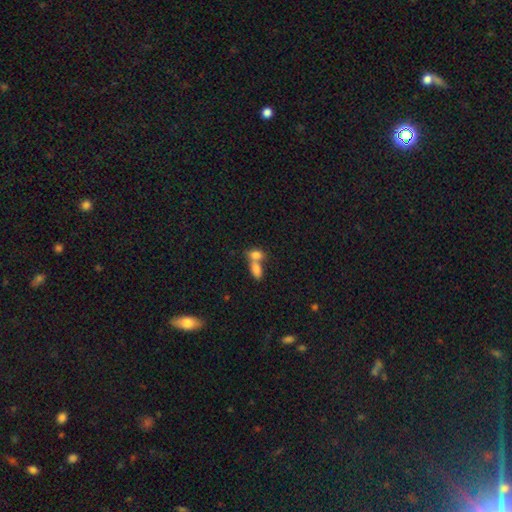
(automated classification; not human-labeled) This is clearly a smooth galaxy (80%). How rounded: clearly in between (86%). Merging: likely merger (68%).